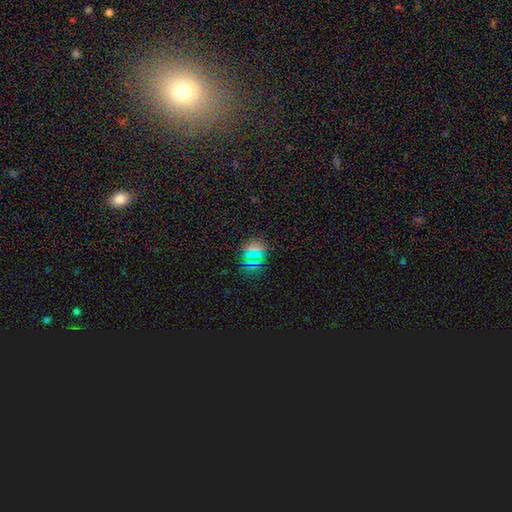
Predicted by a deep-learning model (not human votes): smooth 58%, star or artifact 34%, featured or disk 8%. Down the decision tree: how rounded — round (68%); merging — none (82%).